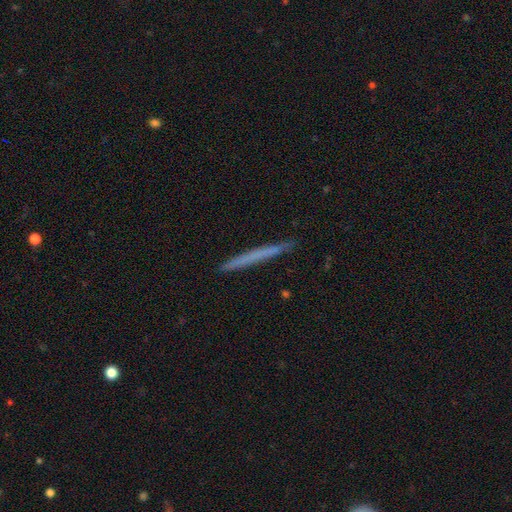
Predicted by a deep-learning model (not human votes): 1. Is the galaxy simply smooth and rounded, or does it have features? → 55% smooth, 38% featured or disk, 7% star or artifact.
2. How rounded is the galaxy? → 97% cigar-shaped, 2% in between, 1% round.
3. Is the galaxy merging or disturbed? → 91% none, 6% minor disturbance, 1% major disturbance, 1% merger.